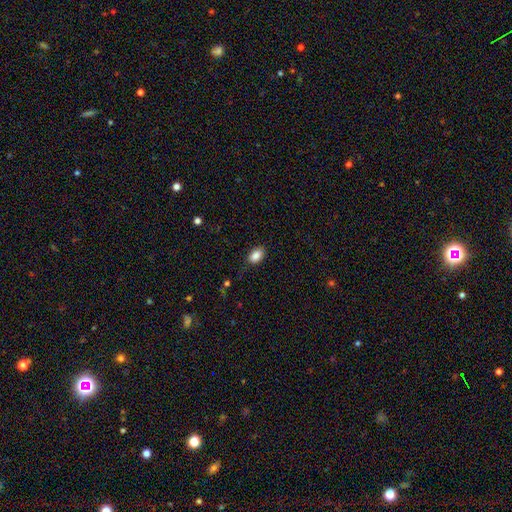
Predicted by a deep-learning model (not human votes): Smooth or featured? smooth (87%)
How rounded? in between (90%)
Merging? none (84%)